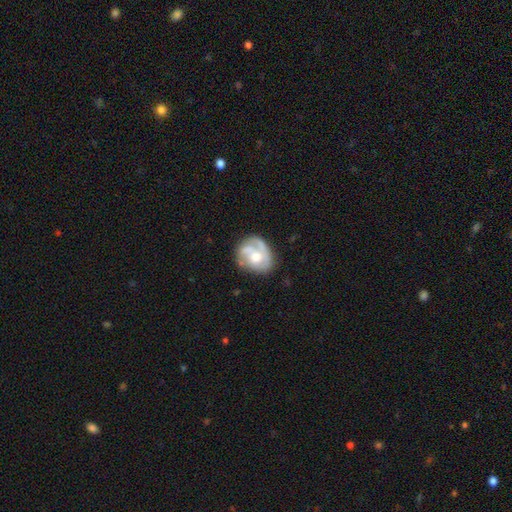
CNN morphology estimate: Smooth or featured? Predicted: featured or disk (p=0.60). Edge-on disk? Predicted: no (p=0.97). Bar? Predicted: no (p=0.78). Spiral arms? Predicted: yes (p=0.68). Bulge size? Predicted: moderate (p=0.62). Merging? Predicted: none (p=0.56).